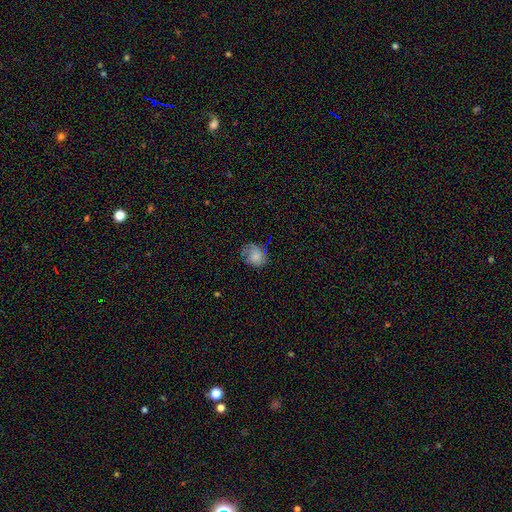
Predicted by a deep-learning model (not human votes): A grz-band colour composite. It shows a smooth galaxy with no disk features (68%) that is round (53%). Merging: none (62%).